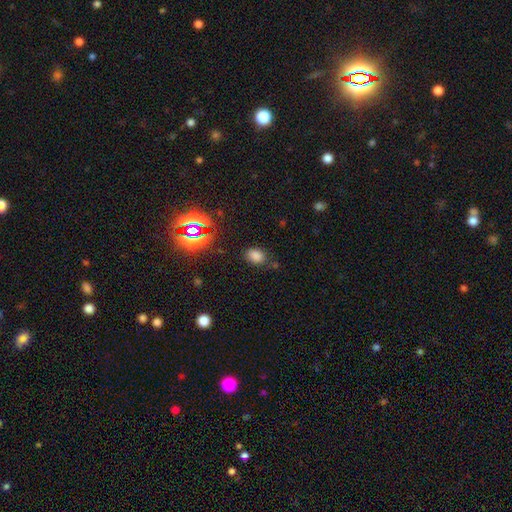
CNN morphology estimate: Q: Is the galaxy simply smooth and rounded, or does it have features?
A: smooth — 74%.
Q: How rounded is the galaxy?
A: in between — 74%.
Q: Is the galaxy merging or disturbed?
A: none — 76%.